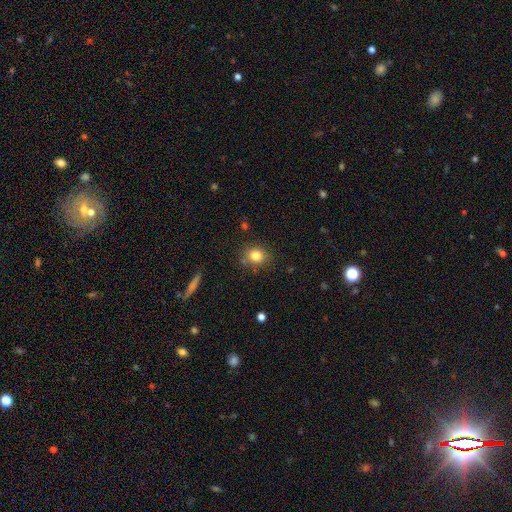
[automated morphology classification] Smooth or featured?
  - smooth: 82% *
  - star or artifact: 11%
  - featured or disk: 7%
How rounded?
  - round: 72% *
  - in between: 27%
  - cigar-shaped: 1%
Merging?
  - none: 79% *
  - minor disturbance: 13%
  - merger: 5%
  - major disturbance: 4%